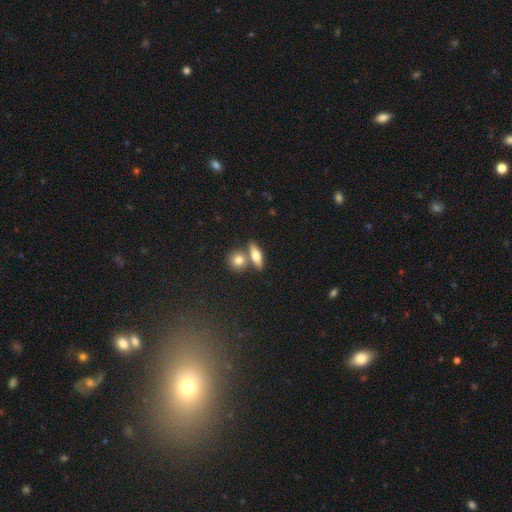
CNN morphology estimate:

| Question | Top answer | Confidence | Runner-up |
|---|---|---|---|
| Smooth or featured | smooth | 64% | featured or disk (28%) |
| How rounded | in between | 58% | cigar-shaped (31%) |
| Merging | none | 58% | merger (29%) |